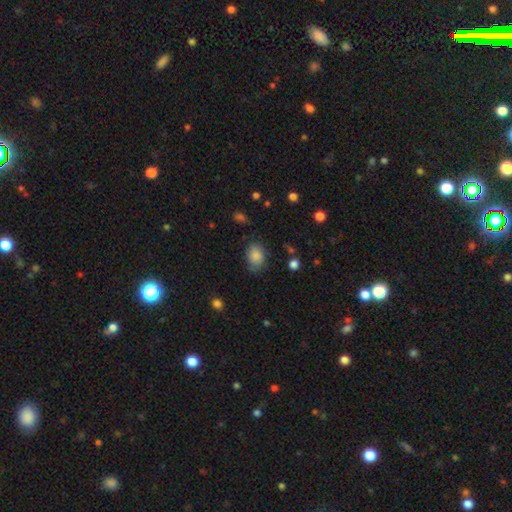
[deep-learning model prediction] A smooth galaxy with no disk features (84%) that is in between round and cigar-shaped (73%).

Vote fractions:
- Smooth or featured? smooth: 84% / star or artifact: 9% / featured or disk: 7%
- How rounded? in between: 73% / round: 26% / cigar-shaped: 1%
- Merging? none: 72% / minor disturbance: 21% / major disturbance: 6% / merger: 2%